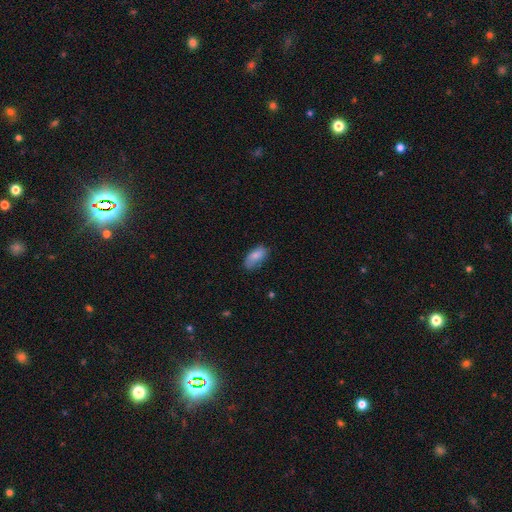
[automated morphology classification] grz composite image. It shows a smooth galaxy with no disk features (81%) that is in between round and cigar-shaped (91%). Merging: none (68%).